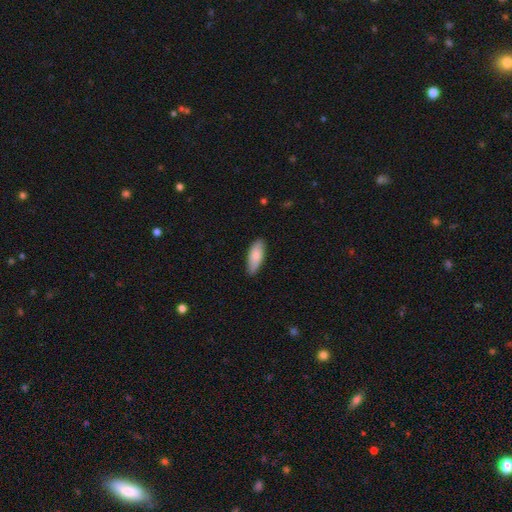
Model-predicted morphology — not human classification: type=smooth (83%); roundness=in between (72%); merging=none (84%).